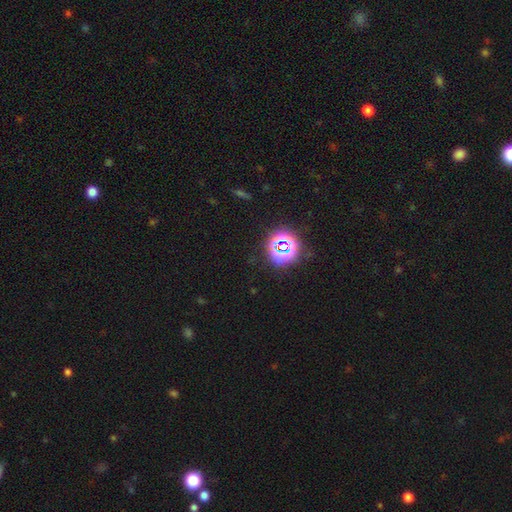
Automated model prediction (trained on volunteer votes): Smooth or featured: star or artifact — 77% (smooth — 17%)